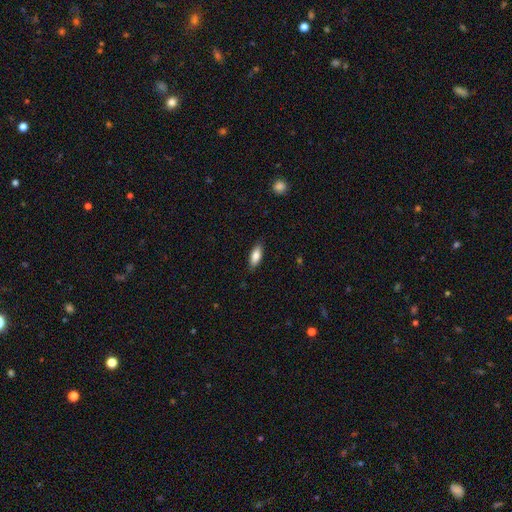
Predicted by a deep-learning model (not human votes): A smooth galaxy with no disk features (83%) that is in between round and cigar-shaped (75%). Merging: none (85%).